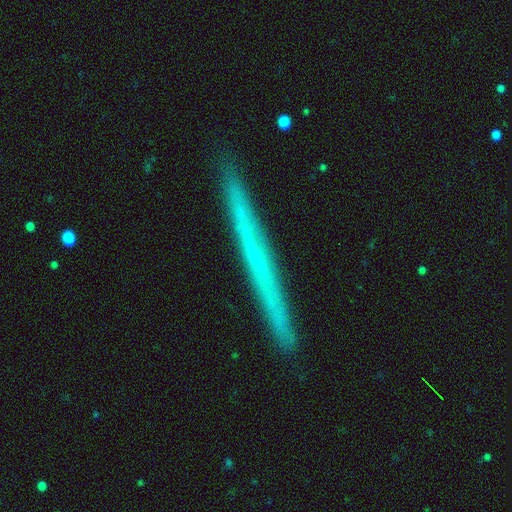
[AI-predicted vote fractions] Overall: featured or disk (55%; smooth 36%). Edge-on disk: yes (96%). Edge-on bulge: none (91%). Merging: none (91%).